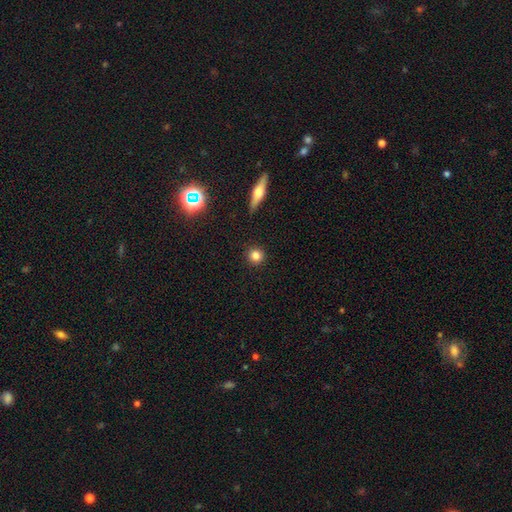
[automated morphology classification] Overall: smooth (81%). How rounded: round (94%). Merging: none (91%).